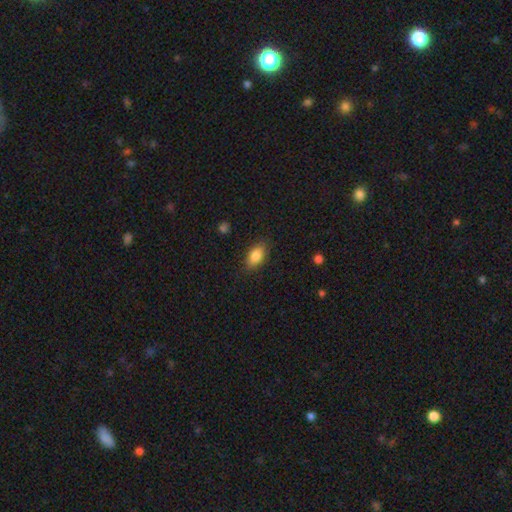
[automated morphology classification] This appears to be a smooth galaxy with no disk features (85%) that is in between round and cigar-shaped (89%). Merging: none (84%).